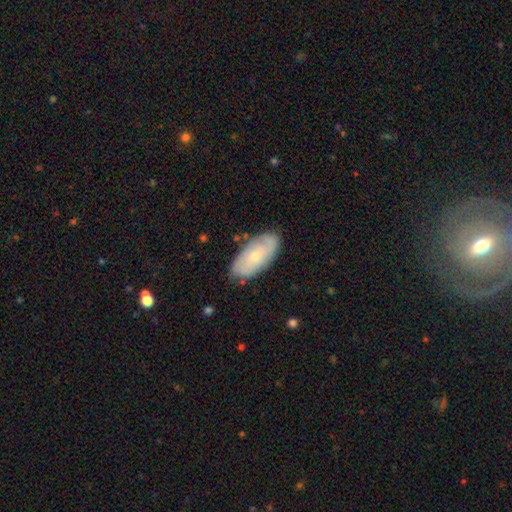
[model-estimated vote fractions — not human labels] smooth 52%, featured or disk 42%, star or artifact 6%. Down the decision tree: how rounded — in between (93%); merging — none (79%).